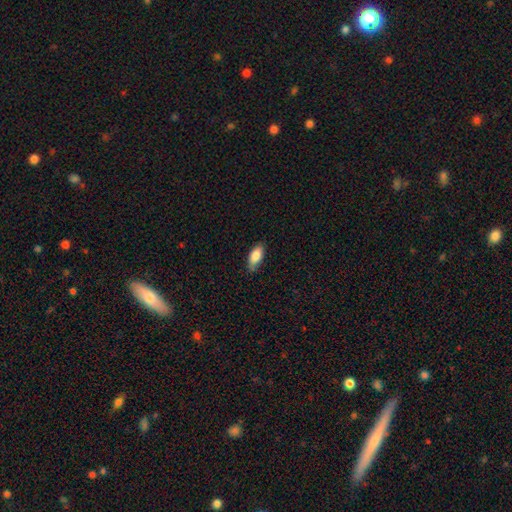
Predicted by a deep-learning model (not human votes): Smooth or featured?
  - smooth: 84% *
  - featured or disk: 10%
  - star or artifact: 6%
How rounded?
  - in between: 87% *
  - cigar-shaped: 11%
  - round: 2%
Merging?
  - none: 78% *
  - minor disturbance: 18%
  - major disturbance: 3%
  - merger: 1%